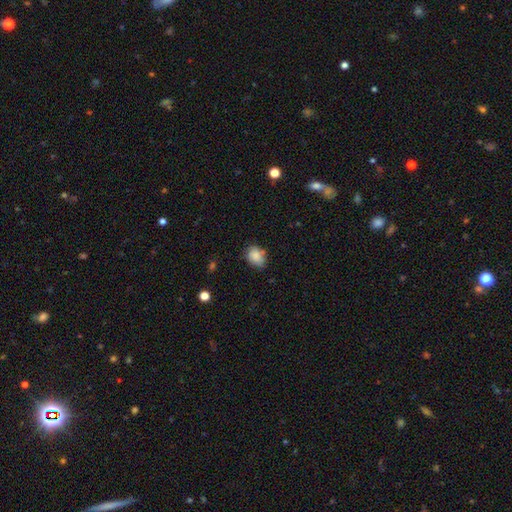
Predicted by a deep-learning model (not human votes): smooth-or-featured: smooth: 83% | star or artifact: 9% | featured or disk: 8%
  how-rounded: in between: 57% | round: 42% | cigar-shaped: 1%
  merging: none: 66% | minor disturbance: 26% | major disturbance: 5% | merger: 4%